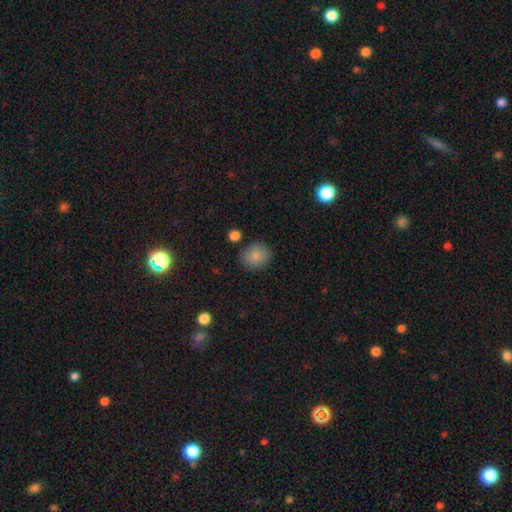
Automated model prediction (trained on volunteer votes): Smooth or featured?
  - smooth: 86% *
  - star or artifact: 8%
  - featured or disk: 6%
How rounded?
  - round: 69% *
  - in between: 30%
  - cigar-shaped: 1%
Merging?
  - none: 82% *
  - minor disturbance: 11%
  - merger: 4%
  - major disturbance: 3%